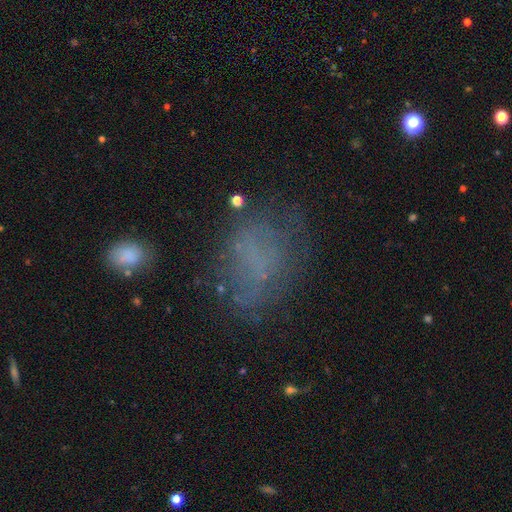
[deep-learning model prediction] The model was most divided on "smooth or featured": smooth: 48%, featured or disk: 30%, star or artifact: 22%. More confident: merging — none (58%).